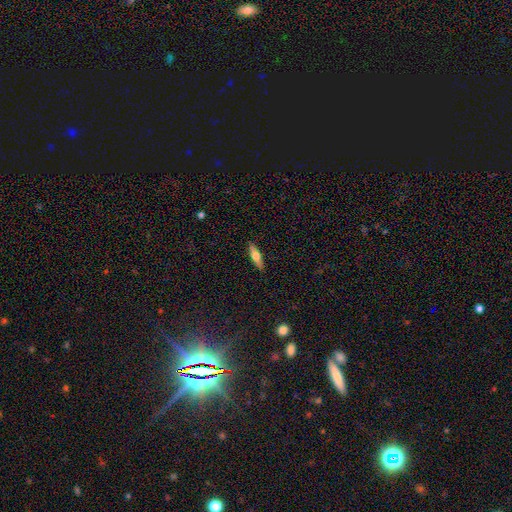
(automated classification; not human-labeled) smooth-or-featured: smooth: 52% | featured or disk: 41% | star or artifact: 6%
  how-rounded: cigar-shaped: 68% | in between: 29% | round: 2%
  merging: none: 90% | minor disturbance: 8% | major disturbance: 2% | merger: 1%